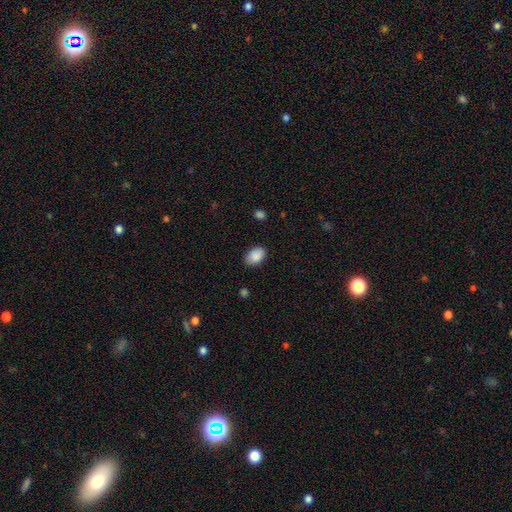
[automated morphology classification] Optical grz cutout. It shows a smooth galaxy with no disk features (89%) that is in between round and cigar-shaped (88%). Merging: none (85%).